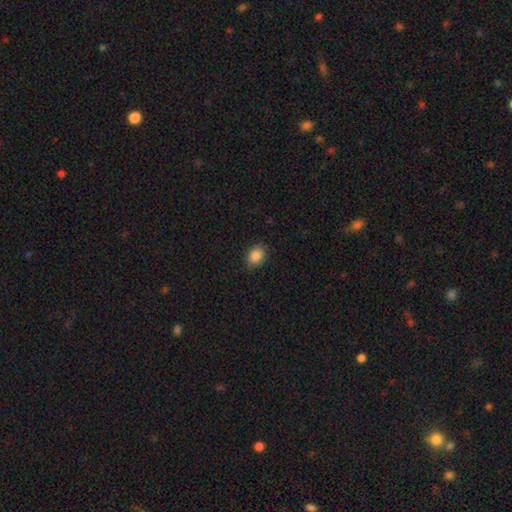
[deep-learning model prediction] smooth 87%, star or artifact 9%, featured or disk 4%. Down the decision tree: how rounded — in between (55%); merging — none (85%).